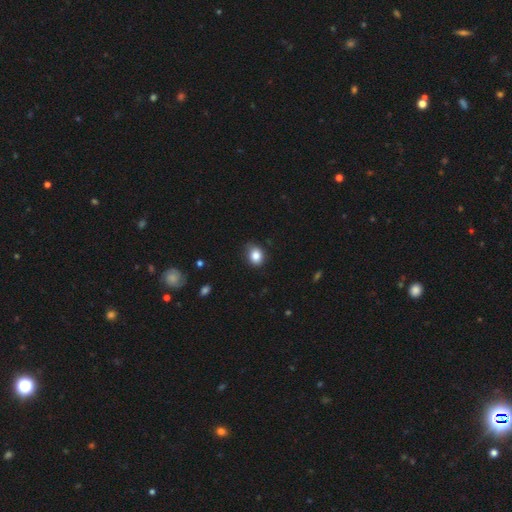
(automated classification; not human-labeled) Smooth or featured?
  - smooth: 85% *
  - star or artifact: 10%
  - featured or disk: 6%
How rounded?
  - round: 54% *
  - in between: 45%
  - cigar-shaped: 1%
Merging?
  - none: 75% *
  - minor disturbance: 21%
  - major disturbance: 3%
  - merger: 1%